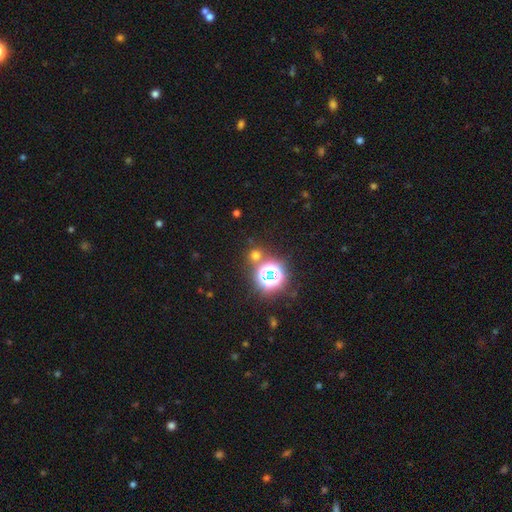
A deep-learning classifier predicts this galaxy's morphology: Smooth or featured? smooth (52%)
How rounded? round (90%)
Merging? none (77%)